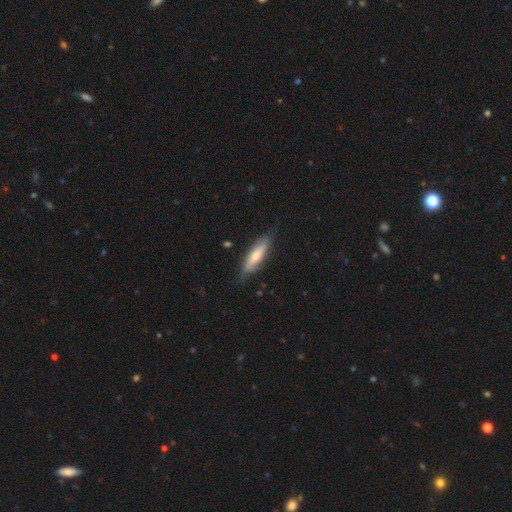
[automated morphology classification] Smooth or featured? Predicted: smooth (p=0.66). How rounded? Predicted: cigar-shaped (p=0.64). Merging? Predicted: none (p=0.77).